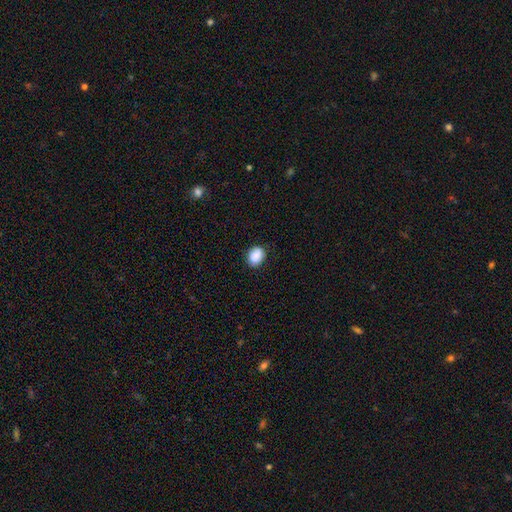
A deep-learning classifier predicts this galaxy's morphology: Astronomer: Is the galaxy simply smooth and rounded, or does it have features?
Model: smooth — 88%.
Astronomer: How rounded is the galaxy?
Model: in between — 63%.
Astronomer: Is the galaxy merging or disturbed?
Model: none — 83%.